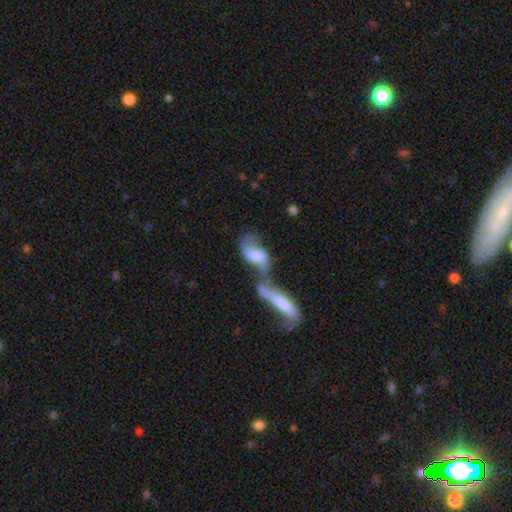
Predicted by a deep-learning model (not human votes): Q: Smooth or featured?
A: featured or disk (50%); runner-up: smooth (41%)
Q: Merging?
A: merger (73%); runner-up: none (12%)